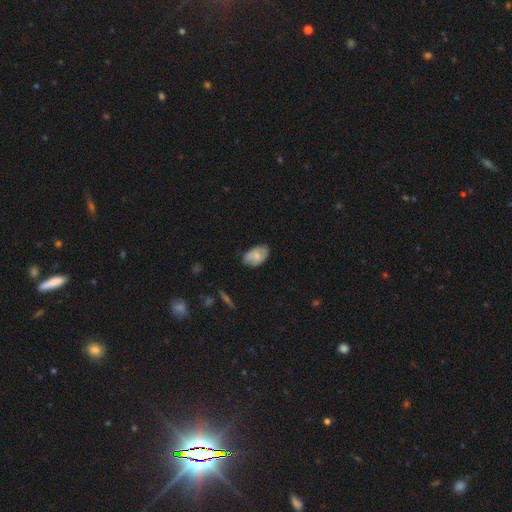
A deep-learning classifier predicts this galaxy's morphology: smooth 68%, featured or disk 25%, star or artifact 7%. Down the decision tree: how rounded — in between (90%); merging — none (64%).